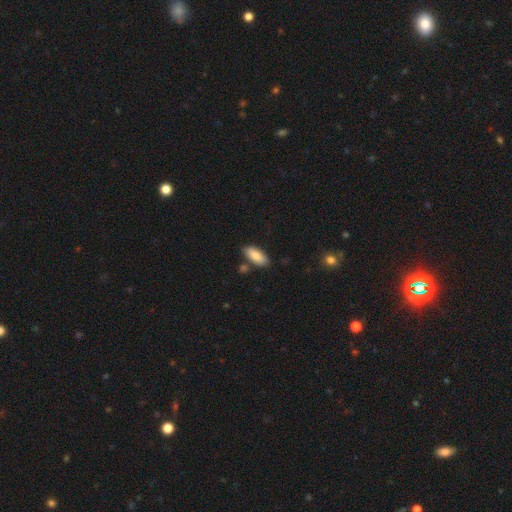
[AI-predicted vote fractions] This appears to be a smooth galaxy with no disk features (84%) that is in between round and cigar-shaped (83%). Merging: none (80%).